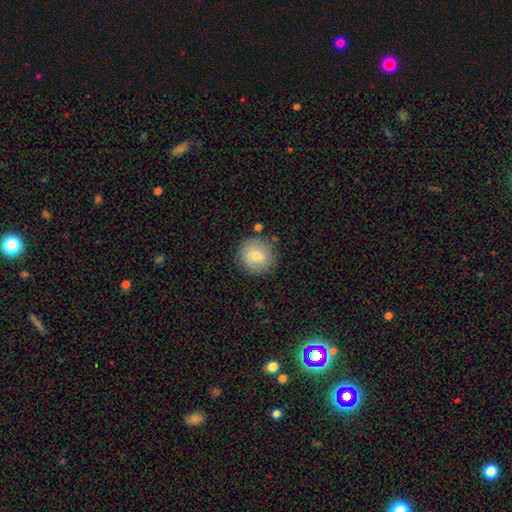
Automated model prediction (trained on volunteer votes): A smooth galaxy with no disk features (71%) that is round (91%).

Vote fractions:
- Smooth or featured? smooth: 71% / featured or disk: 20% / star or artifact: 9%
- How rounded? round: 91% / in between: 8% / cigar-shaped: 1%
- Merging? none: 83% / minor disturbance: 11% / major disturbance: 3% / merger: 2%